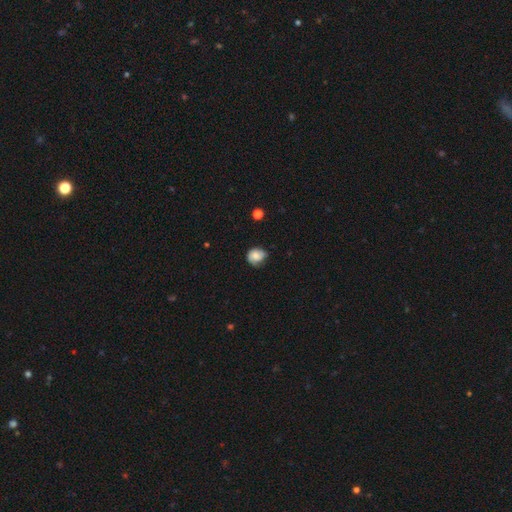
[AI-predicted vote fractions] This is likely a smooth galaxy (65%). How rounded: likely round (69%). Merging: possibly none (58%).